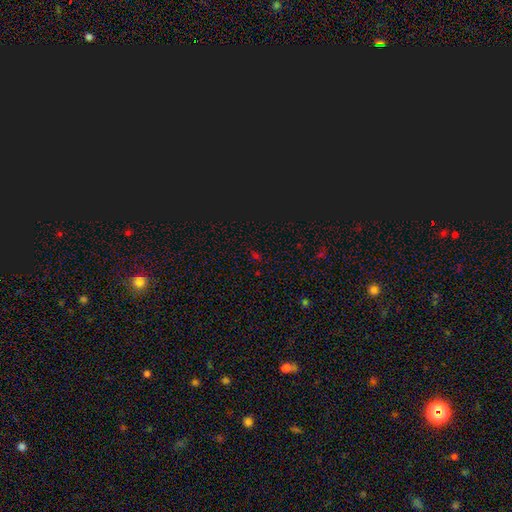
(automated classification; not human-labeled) Q: Smooth or featured?
A: star or artifact (68%); runner-up: smooth (24%)